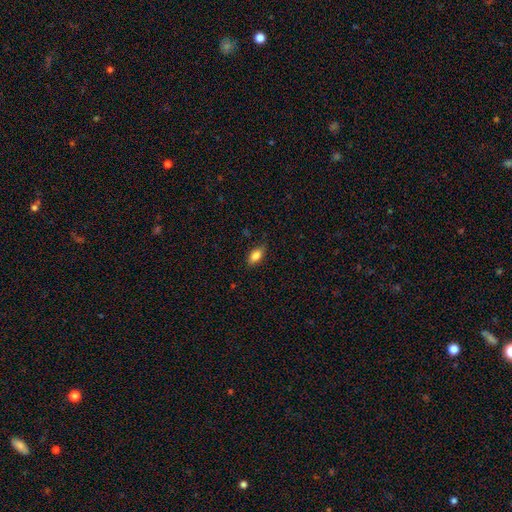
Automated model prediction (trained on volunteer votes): Smooth or featured: smooth — 84% (star or artifact — 8%)
How rounded: in between — 88% (cigar-shaped — 7%)
Merging: none — 83% (minor disturbance — 13%)